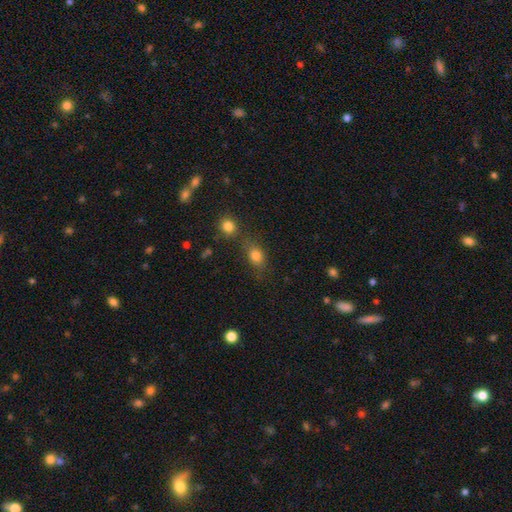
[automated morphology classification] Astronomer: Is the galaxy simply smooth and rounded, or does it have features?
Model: smooth — 79%.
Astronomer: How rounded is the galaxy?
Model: in between — 64%.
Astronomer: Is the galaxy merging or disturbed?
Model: none — 60%.